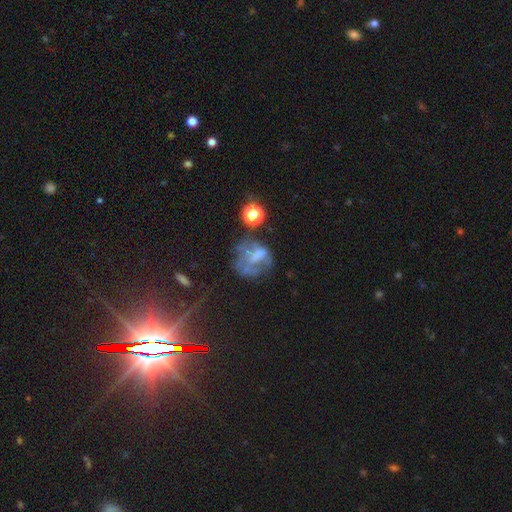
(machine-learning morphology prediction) smooth_or_featured: featured or disk (p=0.49) [alt: smooth p=0.30]
merging: none (p=0.36) [tied with: major disturbance p=0.36]